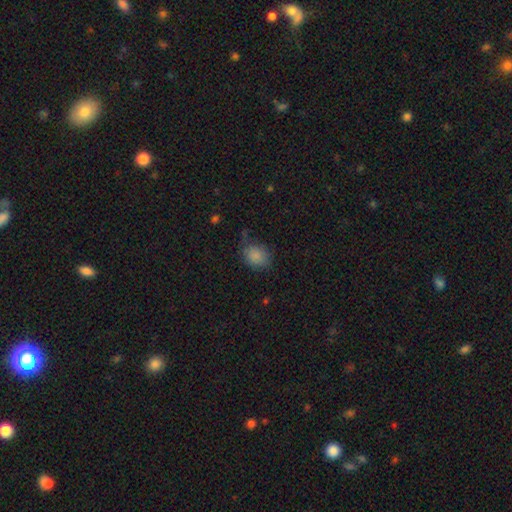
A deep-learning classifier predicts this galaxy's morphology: smooth 85%, star or artifact 10%, featured or disk 5%. Down the decision tree: how rounded — in between (50%); merging — none (68%).